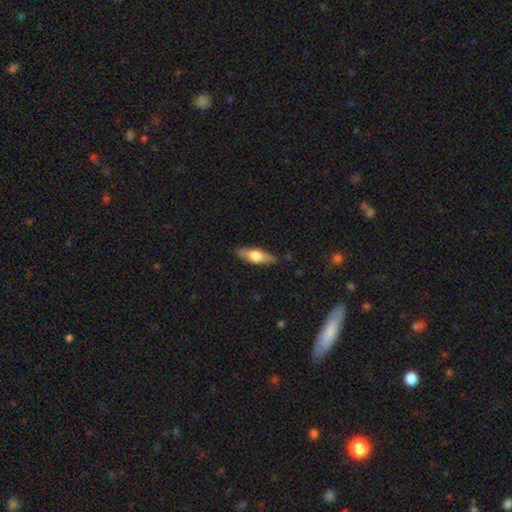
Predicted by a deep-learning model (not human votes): Smooth or featured? smooth (53%)
How rounded? in between (52%)
Merging? none (85%)